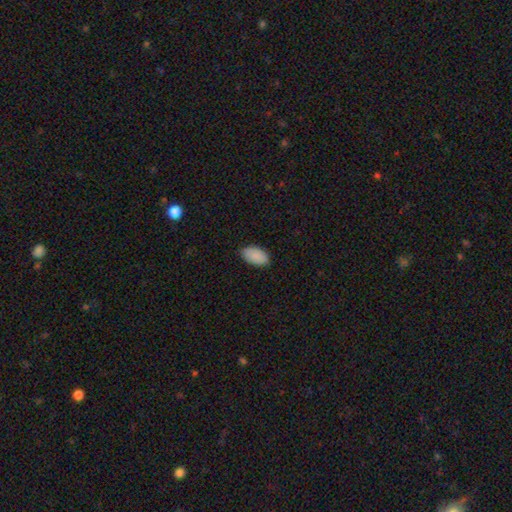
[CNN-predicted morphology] Smooth or featured? smooth (89%)
How rounded? in between (95%)
Merging? none (84%)